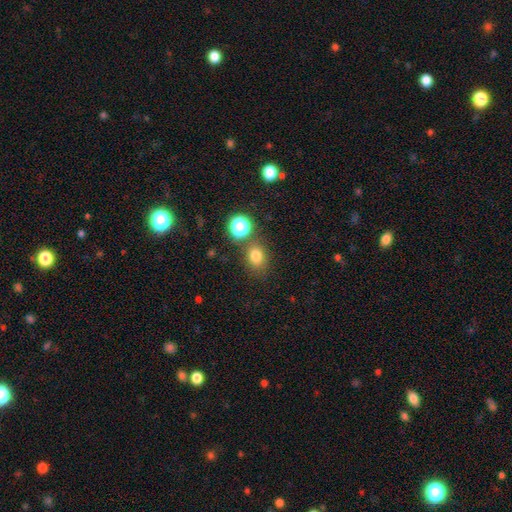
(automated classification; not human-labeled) A smooth galaxy with no disk features (77%) that is round (50%).

Vote fractions:
- Smooth or featured? smooth: 77% / star or artifact: 16% / featured or disk: 7%
- How rounded? round: 50% / in between: 49% / cigar-shaped: 1%
- Merging? none: 74% / minor disturbance: 11% / merger: 10% / major disturbance: 4%